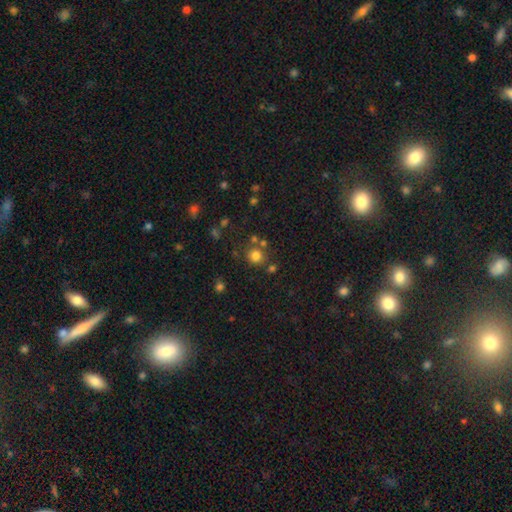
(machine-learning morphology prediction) The model was most divided on "smooth or featured": smooth: 77%, star or artifact: 16%, featured or disk: 7%. More confident: how rounded — round (91%); merging — none (75%).